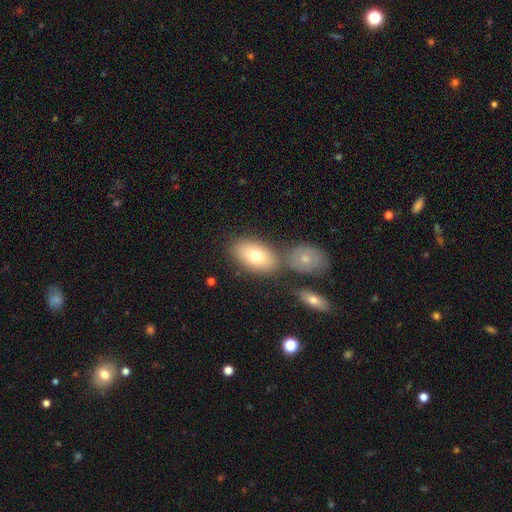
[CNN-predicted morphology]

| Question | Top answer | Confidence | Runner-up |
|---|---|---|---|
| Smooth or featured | smooth | 74% | featured or disk (18%) |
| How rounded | in between | 89% | round (10%) |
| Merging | none | 64% | merger (21%) |